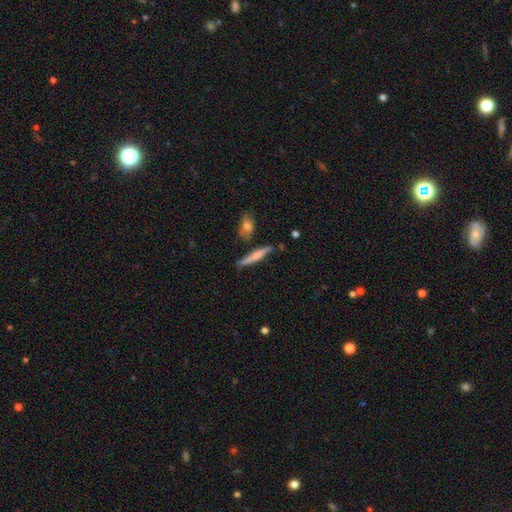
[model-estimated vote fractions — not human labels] Q: Smooth or featured?
A: smooth (59%); runner-up: featured or disk (35%)
Q: How rounded?
A: cigar-shaped (90%); runner-up: in between (8%)
Q: Merging?
A: none (74%); runner-up: minor disturbance (16%)